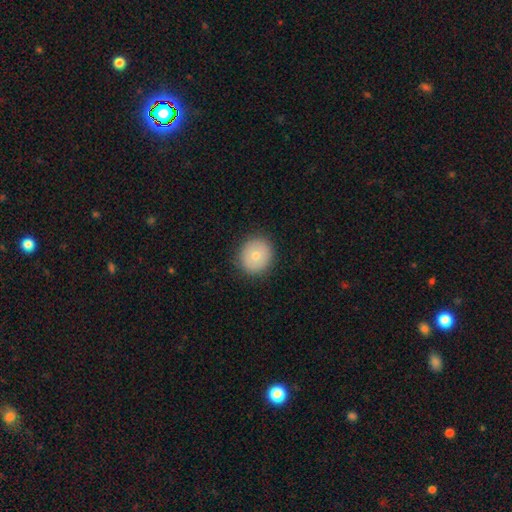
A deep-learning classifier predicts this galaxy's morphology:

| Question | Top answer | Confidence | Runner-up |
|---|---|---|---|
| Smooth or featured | smooth | 75% | featured or disk (17%) |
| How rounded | round | 88% | in between (12%) |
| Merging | none | 88% | minor disturbance (8%) |